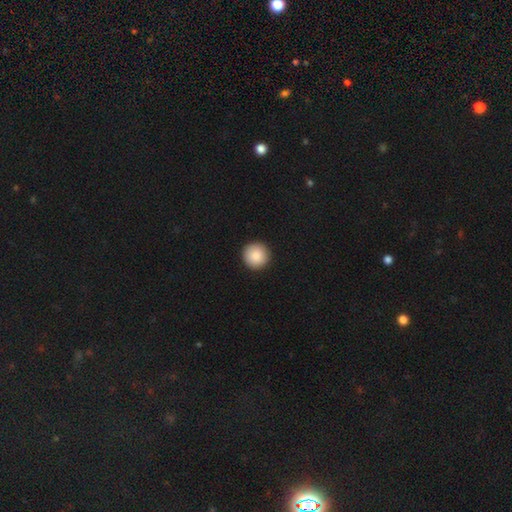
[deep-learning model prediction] Smooth or featured: smooth — 88% (star or artifact — 8%)
How rounded: round — 96% (in between — 3%)
Merging: none — 93% (minor disturbance — 4%)